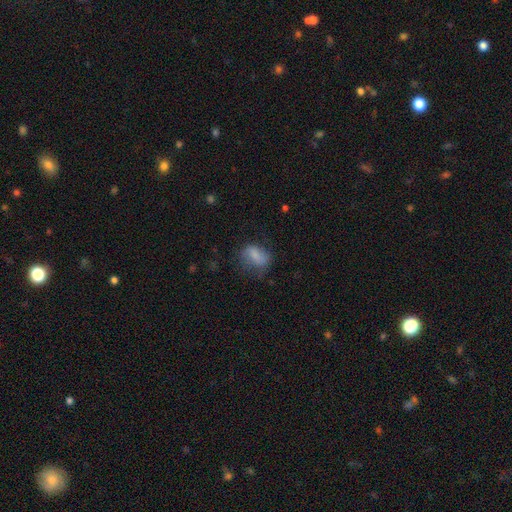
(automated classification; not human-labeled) Smooth or featured?
  - smooth: 63% *
  - featured or disk: 28%
  - star or artifact: 9%
How rounded?
  - in between: 75% *
  - round: 22%
  - cigar-shaped: 3%
Merging?
  - none: 49% *
  - minor disturbance: 28%
  - major disturbance: 21%
  - merger: 2%